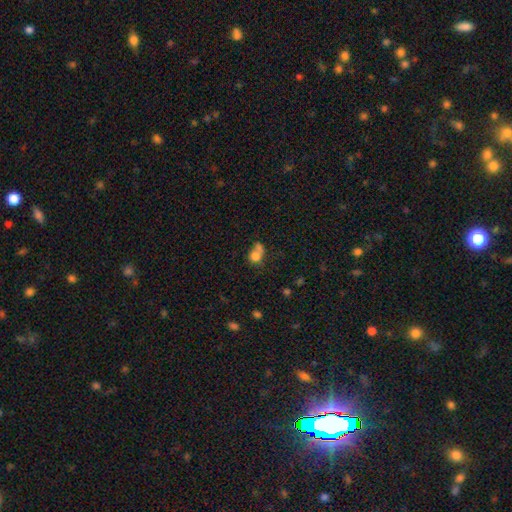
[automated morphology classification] This is likely a smooth galaxy (76%). How rounded: likely round (69%). Merging: possibly merger (50%).